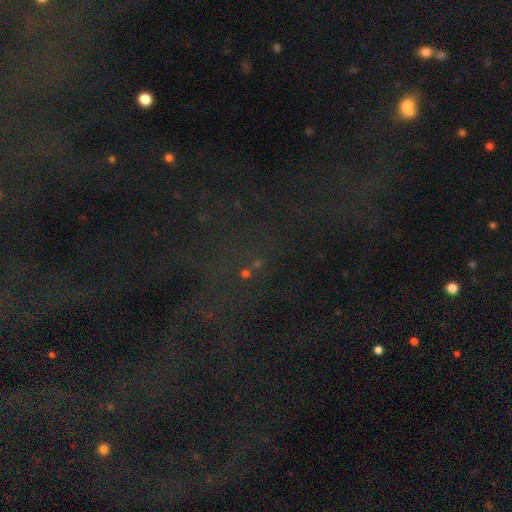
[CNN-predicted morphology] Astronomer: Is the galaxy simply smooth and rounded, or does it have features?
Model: star or artifact — 71%.